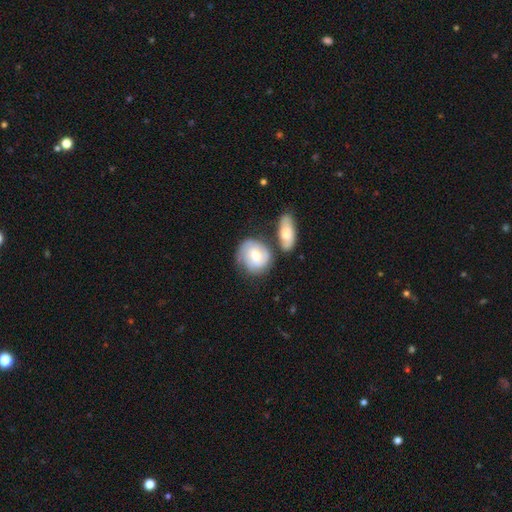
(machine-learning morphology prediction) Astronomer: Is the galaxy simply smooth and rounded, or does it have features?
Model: featured or disk — 52% (runner-up: smooth, 42%).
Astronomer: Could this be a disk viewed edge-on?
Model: no — 96%.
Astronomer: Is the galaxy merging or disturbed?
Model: none — 53%.